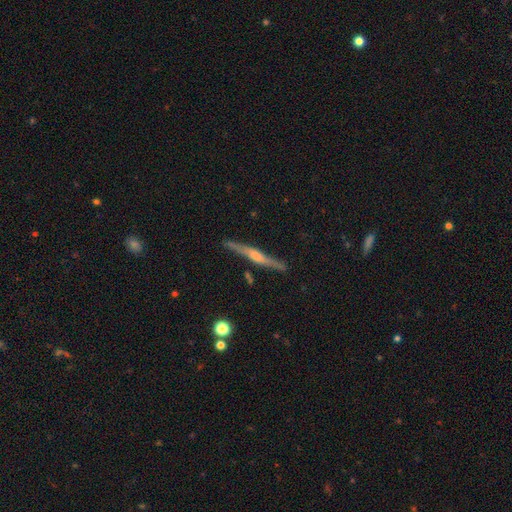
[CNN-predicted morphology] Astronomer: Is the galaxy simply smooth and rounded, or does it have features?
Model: featured or disk — 77%.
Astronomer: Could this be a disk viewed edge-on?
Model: yes — 98%.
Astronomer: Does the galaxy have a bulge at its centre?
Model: rounded — 69%.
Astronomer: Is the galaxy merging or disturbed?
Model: none — 89%.